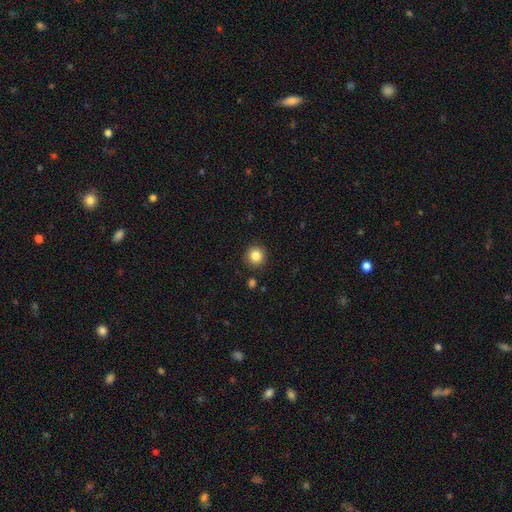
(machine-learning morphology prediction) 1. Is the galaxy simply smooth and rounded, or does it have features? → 84% smooth, 11% star or artifact, 6% featured or disk.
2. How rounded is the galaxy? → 94% round, 5% in between, 1% cigar-shaped.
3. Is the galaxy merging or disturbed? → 91% none, 6% minor disturbance, 2% major disturbance, 2% merger.